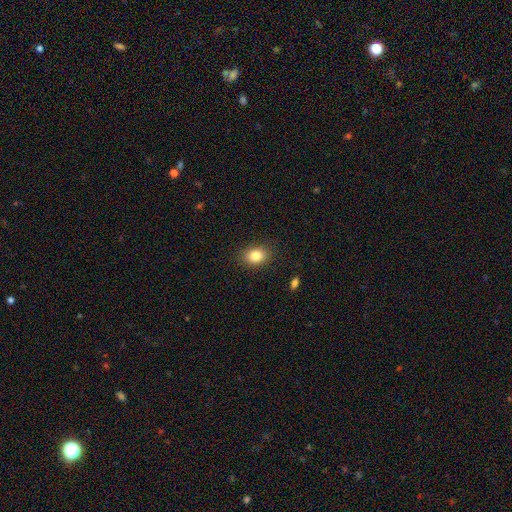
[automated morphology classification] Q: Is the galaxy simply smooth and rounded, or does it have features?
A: smooth — 84%.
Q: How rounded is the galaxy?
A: in between — 66%.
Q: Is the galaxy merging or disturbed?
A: none — 87%.